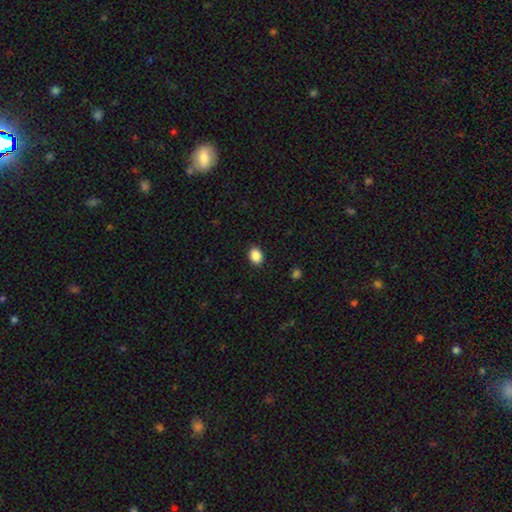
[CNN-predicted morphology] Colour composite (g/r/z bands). It shows a smooth galaxy with no disk features (89%) that is in between round and cigar-shaped (68%). Merging: none (90%).